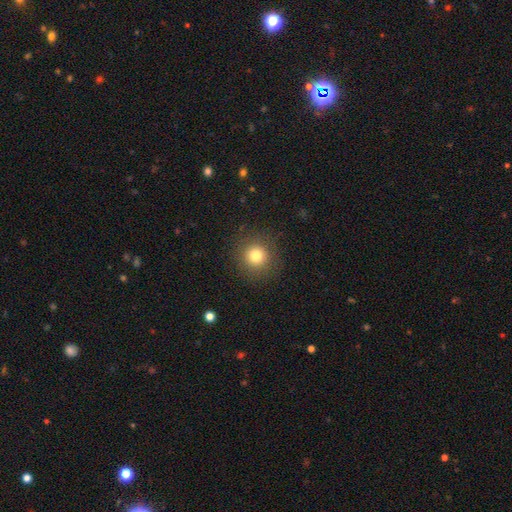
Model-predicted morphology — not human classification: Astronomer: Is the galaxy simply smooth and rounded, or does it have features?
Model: smooth — 79%.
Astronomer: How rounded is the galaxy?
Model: round — 94%.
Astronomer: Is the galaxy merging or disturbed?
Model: none — 90%.